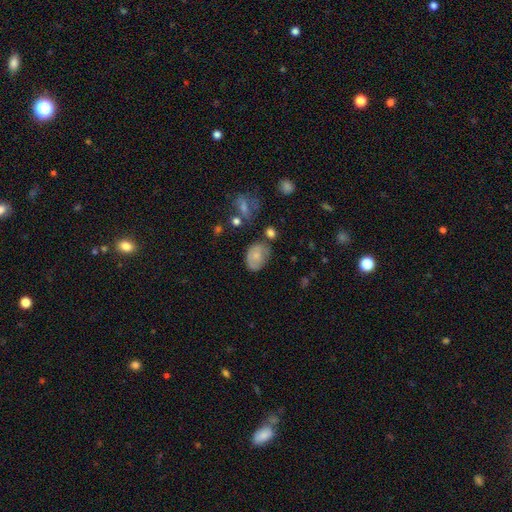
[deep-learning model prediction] Overall: smooth (65%; featured or disk 26%). How rounded: in between (71%). Merging: none (51%; minor disturbance 31%).